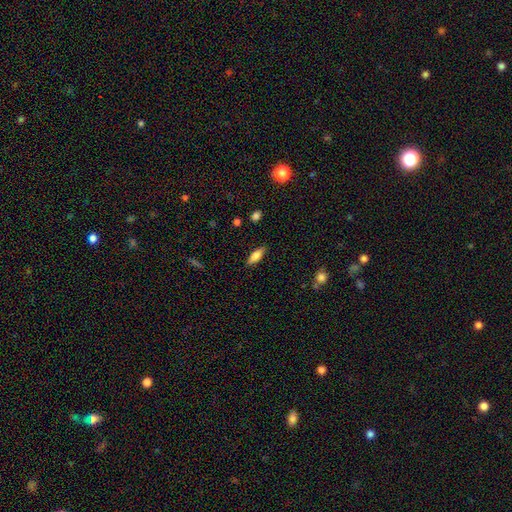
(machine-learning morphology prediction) Smooth or featured? Predicted: smooth (p=0.73). How rounded? Predicted: in between (p=0.59). Merging? Predicted: none (p=0.86).